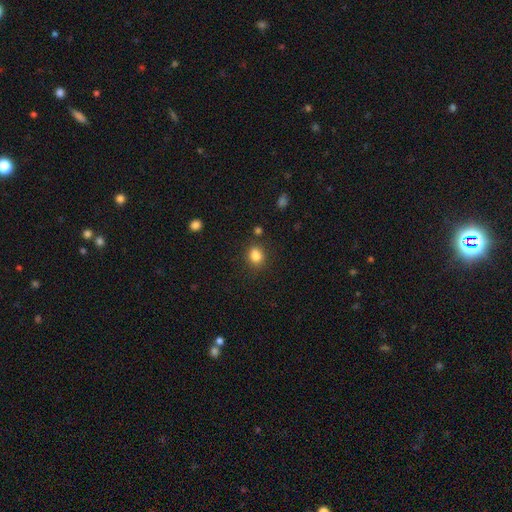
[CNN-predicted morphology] smooth-or-featured: smooth: 84% | star or artifact: 11% | featured or disk: 5%
  how-rounded: round: 66% | in between: 33% | cigar-shaped: 1%
  merging: none: 81% | minor disturbance: 12% | merger: 4% | major disturbance: 4%